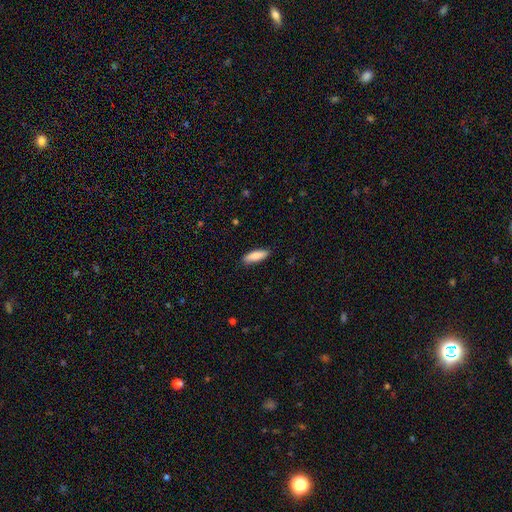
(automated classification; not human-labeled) Smooth or featured?
  - smooth: 85% *
  - featured or disk: 10%
  - star or artifact: 6%
How rounded?
  - cigar-shaped: 50% *
  - in between: 48%
  - round: 2%
Merging?
  - none: 87% *
  - minor disturbance: 10%
  - major disturbance: 2%
  - merger: 1%